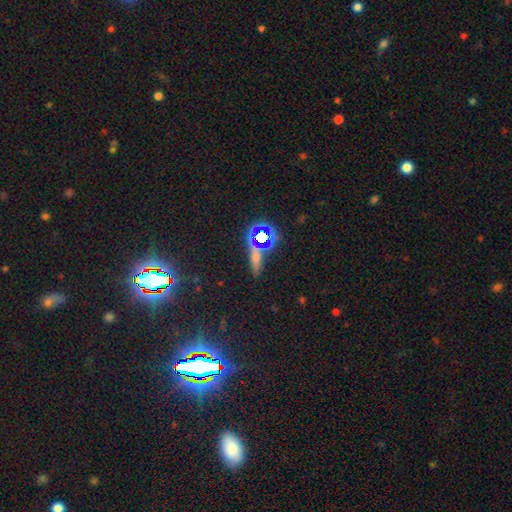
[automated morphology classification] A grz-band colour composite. It shows a smooth galaxy with no disk features (45%). Merging: none (72%).